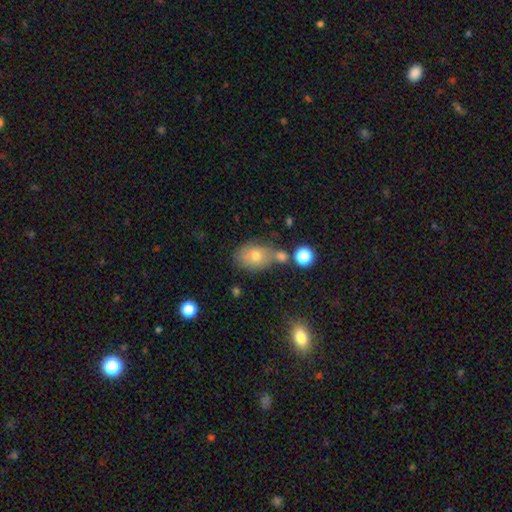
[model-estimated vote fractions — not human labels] This is likely a smooth galaxy (67%). How rounded: likely in between (73%). Merging: possibly none (54%).